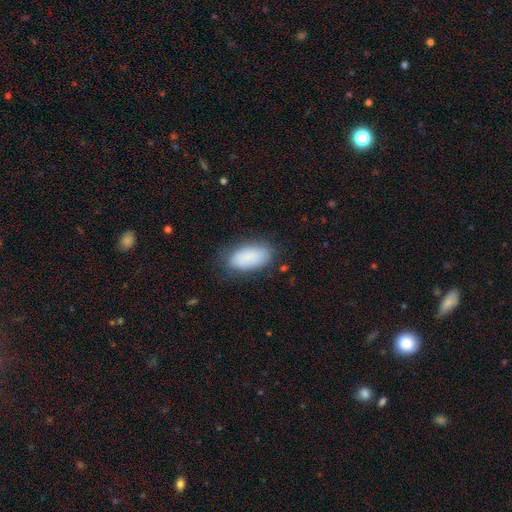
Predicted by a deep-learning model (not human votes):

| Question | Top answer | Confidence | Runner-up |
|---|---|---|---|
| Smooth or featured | smooth | 85% | featured or disk (8%) |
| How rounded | in between | 93% | cigar-shaped (4%) |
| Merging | none | 75% | minor disturbance (17%) |